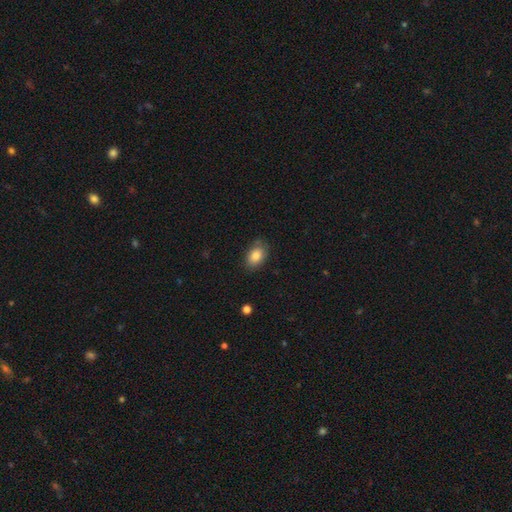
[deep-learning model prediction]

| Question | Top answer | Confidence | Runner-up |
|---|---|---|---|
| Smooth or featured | smooth | 84% | featured or disk (8%) |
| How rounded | in between | 86% | round (13%) |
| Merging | none | 79% | minor disturbance (17%) |